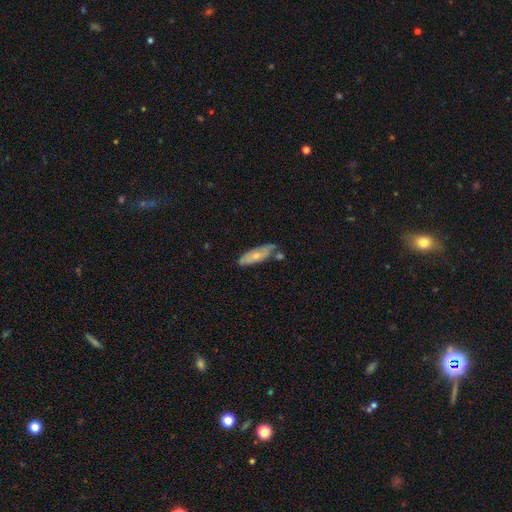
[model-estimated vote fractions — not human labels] smooth_or_featured: smooth (p=0.56) [alt: featured or disk p=0.38]
how_rounded: in between (p=0.55) [alt: cigar-shaped p=0.43]
merging: none (p=0.59) [alt: minor disturbance p=0.24]